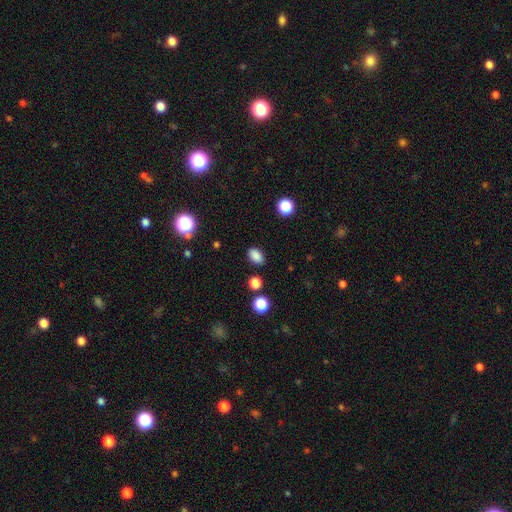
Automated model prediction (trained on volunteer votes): Q: Smooth or featured?
A: smooth (85%); runner-up: star or artifact (11%)
Q: How rounded?
A: in between (83%); runner-up: round (15%)
Q: Merging?
A: none (86%); runner-up: minor disturbance (9%)